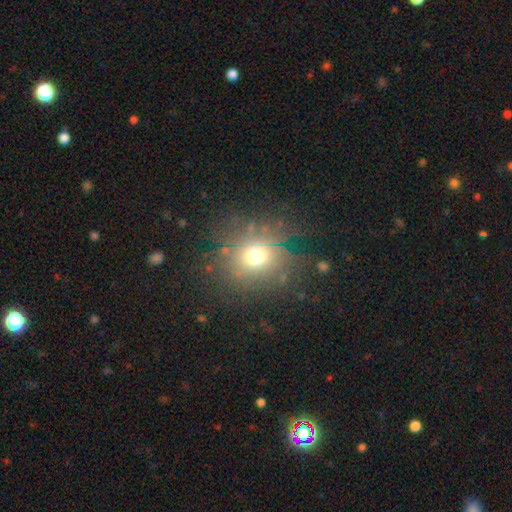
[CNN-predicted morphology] The model was most divided on "smooth or featured": smooth: 64%, star or artifact: 20%, featured or disk: 16%. More confident: merging — none (74%); how rounded — round (72%).